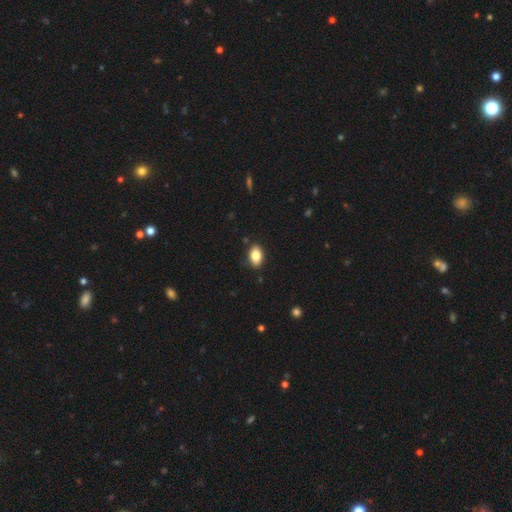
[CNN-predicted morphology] smooth 83%, featured or disk 9%, star or artifact 8%. Down the decision tree: how rounded — in between (88%); merging — none (87%).